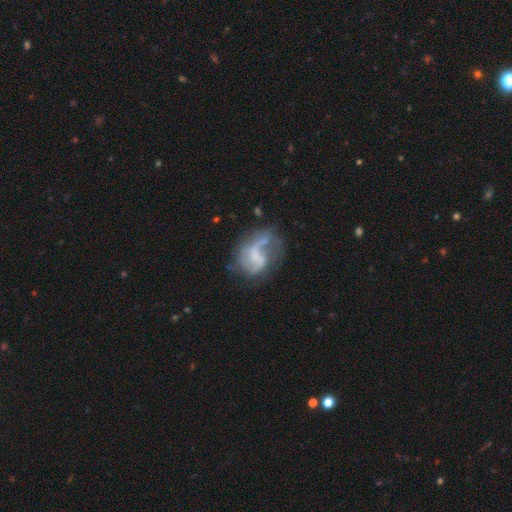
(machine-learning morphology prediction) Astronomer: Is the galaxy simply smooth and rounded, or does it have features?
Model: featured or disk — 71%.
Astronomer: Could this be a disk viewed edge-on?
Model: no — 98%.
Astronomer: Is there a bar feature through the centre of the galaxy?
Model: weak — 44% (runner-up: no, 41%).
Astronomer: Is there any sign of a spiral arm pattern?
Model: yes — 78%.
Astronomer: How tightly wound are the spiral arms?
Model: loose — 58%.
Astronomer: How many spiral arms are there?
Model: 2 — 53% (runner-up: 1, 29%).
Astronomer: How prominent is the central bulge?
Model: none — 47% (runner-up: small, 26%).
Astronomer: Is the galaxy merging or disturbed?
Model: none — 39% (runner-up: major disturbance, 33%).